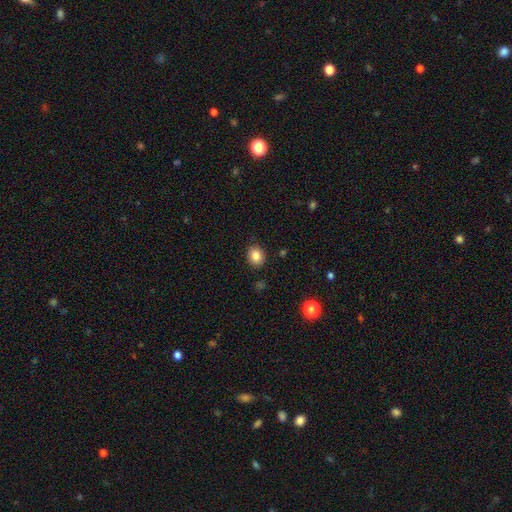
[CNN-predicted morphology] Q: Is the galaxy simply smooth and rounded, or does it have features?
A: smooth — 84%.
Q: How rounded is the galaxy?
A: round — 63%.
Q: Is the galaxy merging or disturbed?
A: none — 88%.